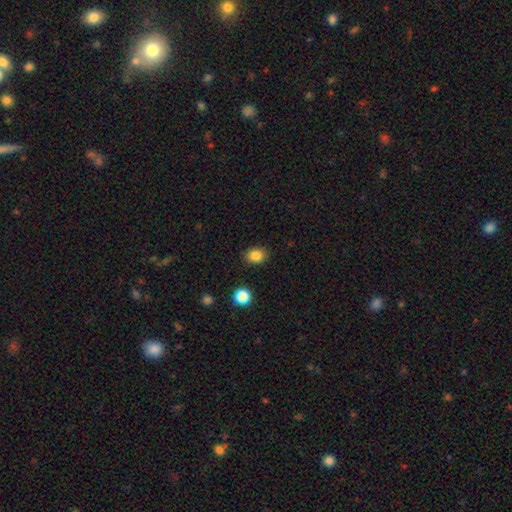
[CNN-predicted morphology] smooth 84%, star or artifact 10%, featured or disk 5%. Down the decision tree: how rounded — in between (58%); merging — none (88%).